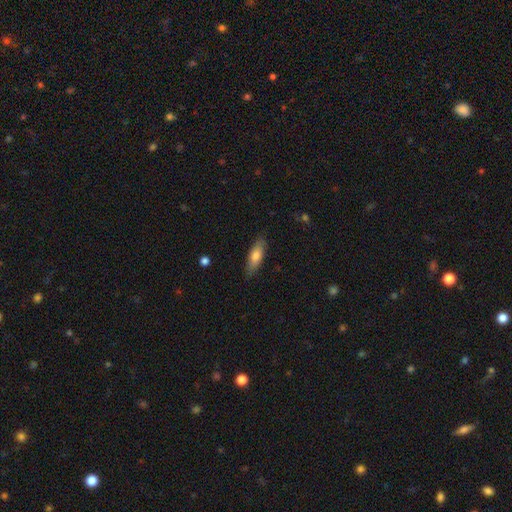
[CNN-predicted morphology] type=smooth (73%); roundness=in between (58%); merging=none (84%).